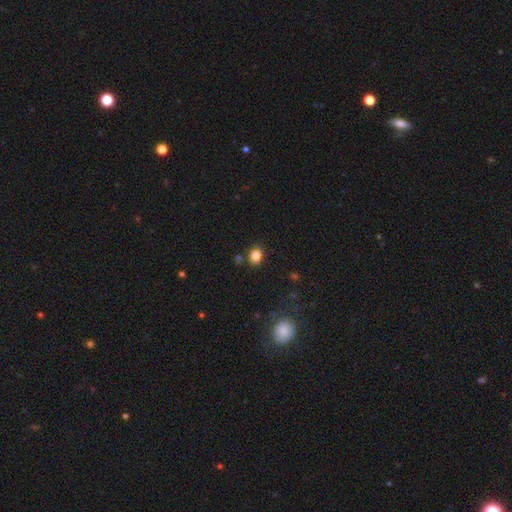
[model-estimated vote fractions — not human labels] This is clearly a smooth galaxy (84%). How rounded: likely round (61%). Merging: clearly none (84%).